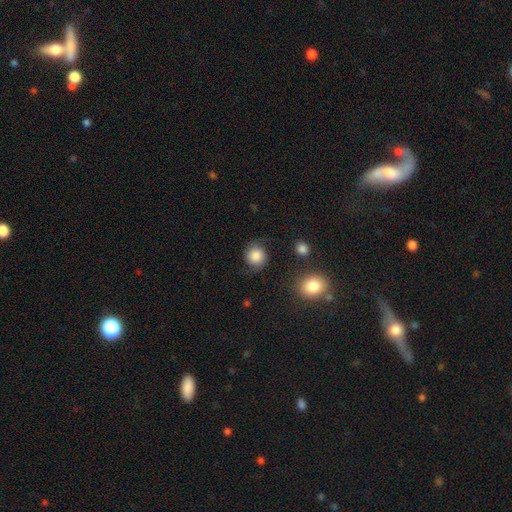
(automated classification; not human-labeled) This is likely a smooth galaxy (80%). How rounded: clearly round (88%). Merging: likely none (75%).